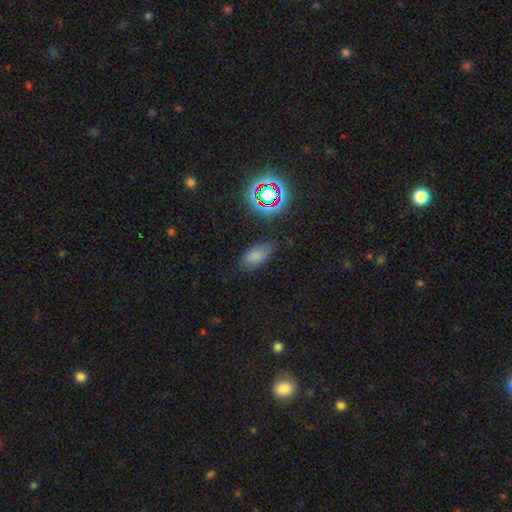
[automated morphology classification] A smooth galaxy with no disk features (70%) that is in between round and cigar-shaped (91%). Merging: none (73%).